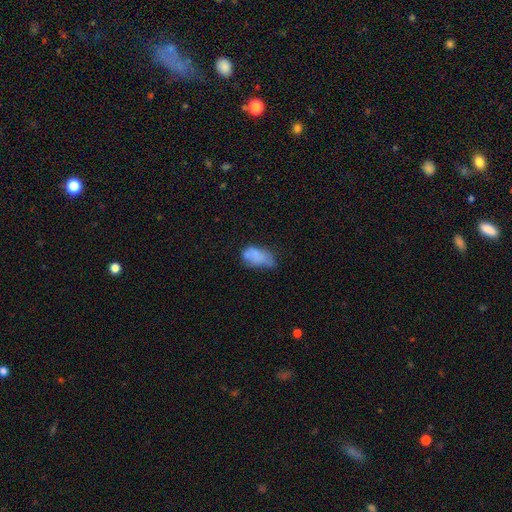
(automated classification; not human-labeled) Q: Smooth or featured?
A: smooth (68%); runner-up: featured or disk (22%)
Q: How rounded?
A: in between (90%); runner-up: round (6%)
Q: Merging?
A: minor disturbance (36%); runner-up: none (31%)